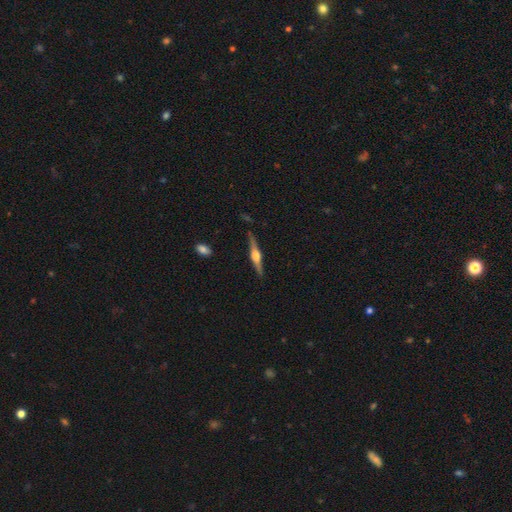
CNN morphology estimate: Smooth or featured?
  - featured or disk: 77% *
  - smooth: 18%
  - star or artifact: 5%
Edge-on disk?
  - yes: 98% *
  - no: 2%
Edge-on bulge?
  - rounded: 92% *
  - boxy: 6%
  - none: 2%
Merging?
  - none: 85% *
  - minor disturbance: 11%
  - major disturbance: 2%
  - merger: 2%